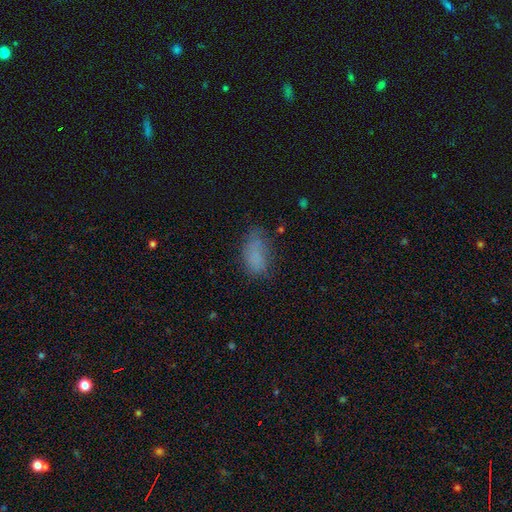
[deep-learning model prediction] This appears to be a smooth galaxy with no disk features (75%) that is in between round and cigar-shaped (90%). Merging: none (56%).